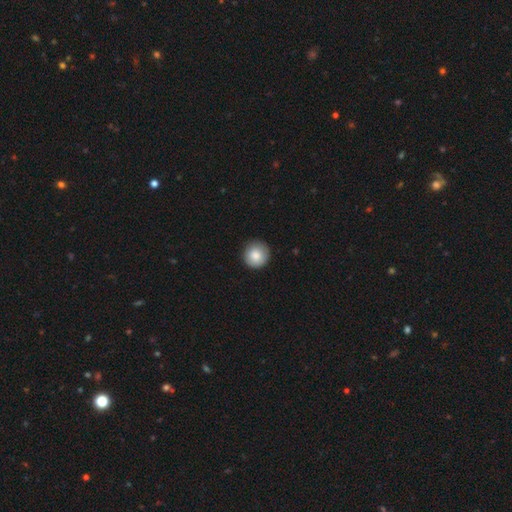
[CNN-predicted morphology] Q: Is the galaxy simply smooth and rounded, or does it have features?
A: smooth — 84%.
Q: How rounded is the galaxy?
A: round — 95%.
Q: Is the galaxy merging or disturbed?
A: none — 87%.